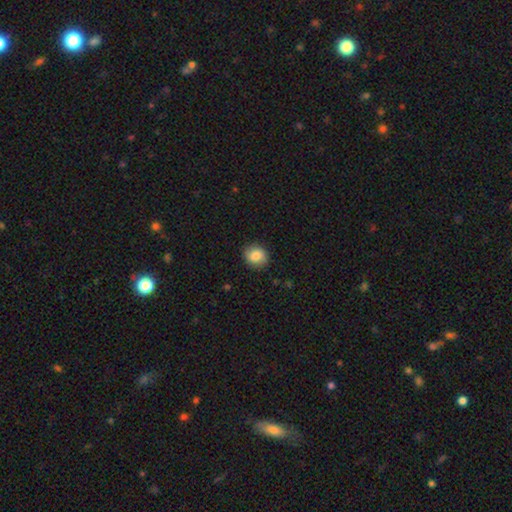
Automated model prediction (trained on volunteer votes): Smooth or featured: smooth — 80% (featured or disk — 12%)
How rounded: round — 73% (in between — 26%)
Merging: none — 86% (minor disturbance — 10%)